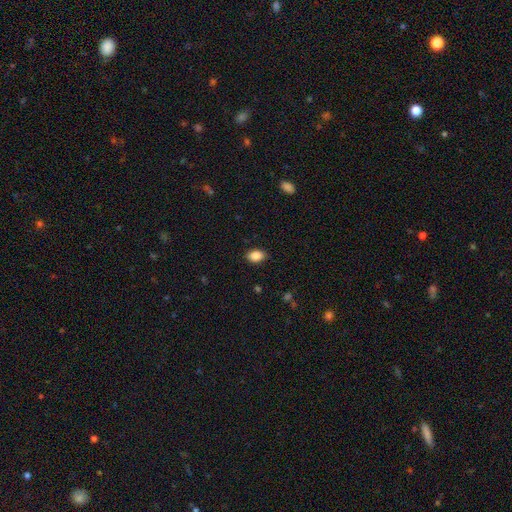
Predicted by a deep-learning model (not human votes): Smooth or featured: smooth — 88% (star or artifact — 8%)
How rounded: in between — 86% (round — 13%)
Merging: none — 86% (minor disturbance — 10%)